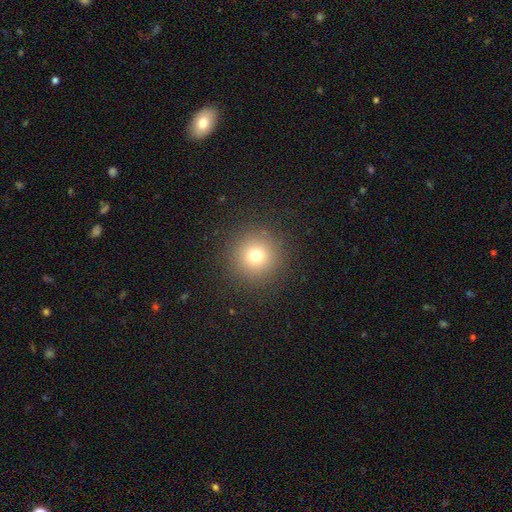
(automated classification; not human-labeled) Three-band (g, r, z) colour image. It shows a smooth galaxy with no disk features (73%) that is round (96%). Merging: none (90%).